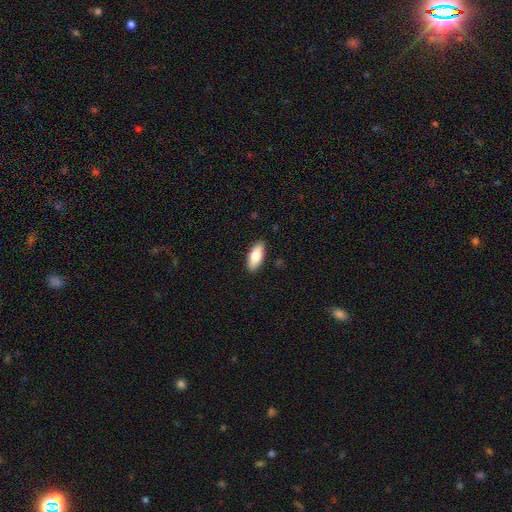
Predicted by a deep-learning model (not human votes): This is clearly a smooth galaxy (81%). How rounded: clearly in between (80%). Merging: clearly none (88%).